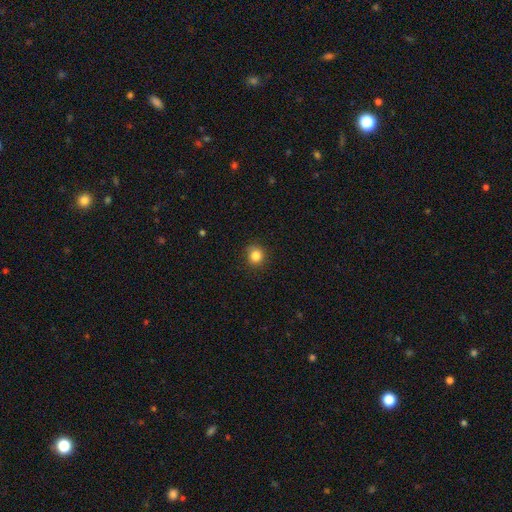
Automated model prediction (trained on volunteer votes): The model was most divided on "smooth or featured": smooth: 84%, star or artifact: 11%, featured or disk: 5%. More confident: how rounded — round (90%); merging — none (88%).